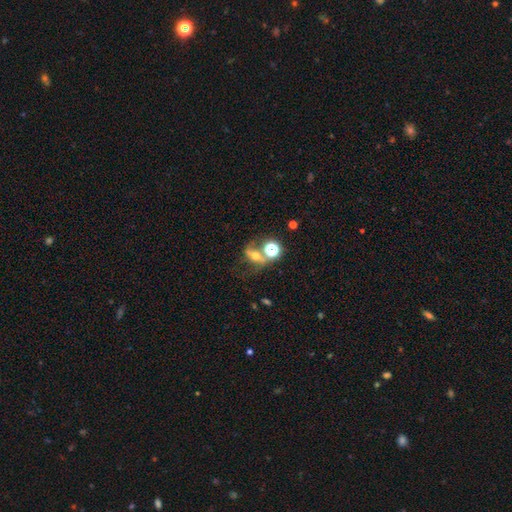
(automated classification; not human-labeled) Q: Smooth or featured?
A: featured or disk (50%); runner-up: smooth (28%)
Q: Edge-on disk?
A: no (92%); runner-up: yes (8%)
Q: Merging?
A: none (43%); runner-up: merger (26%)